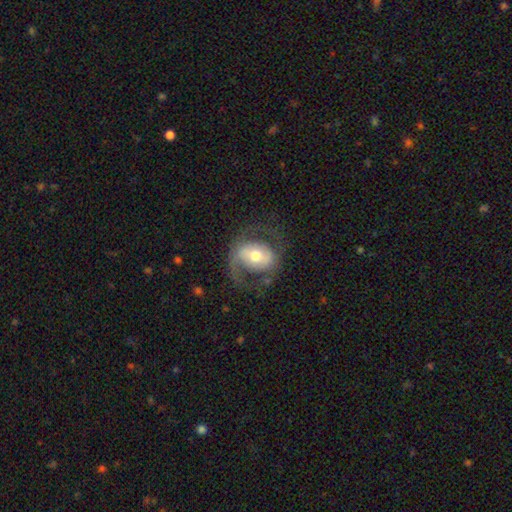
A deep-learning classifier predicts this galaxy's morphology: featured or disk 66%, smooth 28%, star or artifact 6%. Down the decision tree: edge-on disk — no (96%); bar — no (42%); spiral arms — yes (74%); bulge size — moderate (67%); merging — none (58%).